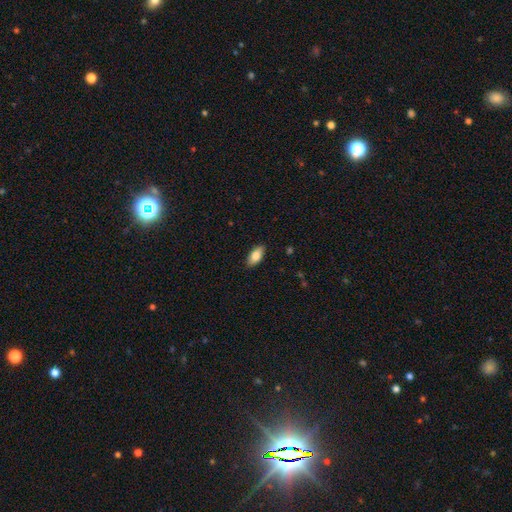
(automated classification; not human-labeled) A smooth galaxy with no disk features (82%) that is in between round and cigar-shaped (90%).

Vote fractions:
- Smooth or featured? smooth: 82% / featured or disk: 11% / star or artifact: 7%
- How rounded? in between: 90% / cigar-shaped: 7% / round: 3%
- Merging? none: 87% / minor disturbance: 10% / major disturbance: 2% / merger: 1%